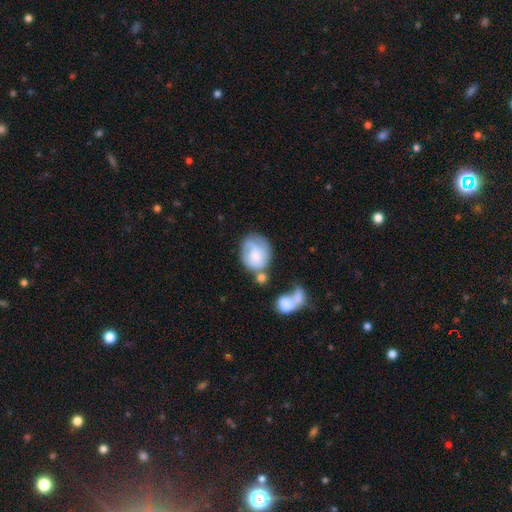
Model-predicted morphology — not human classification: smooth_or_featured: smooth (p=0.51) [alt: featured or disk p=0.42]
how_rounded: round (p=0.53) [alt: in between p=0.46]
merging: none (p=0.39) [alt: minor disturbance p=0.22]